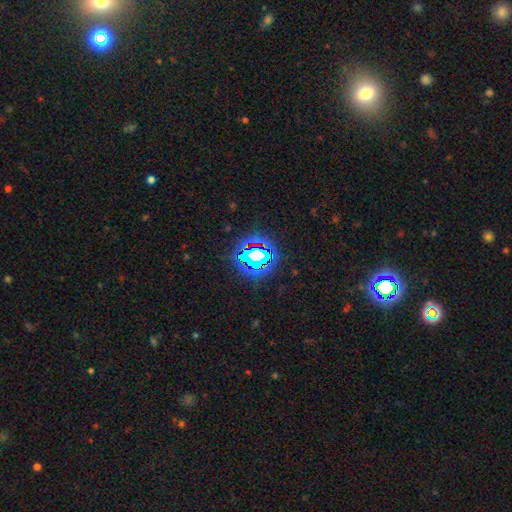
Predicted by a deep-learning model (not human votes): This appears to be a star or artifact, not a galaxy (66%).